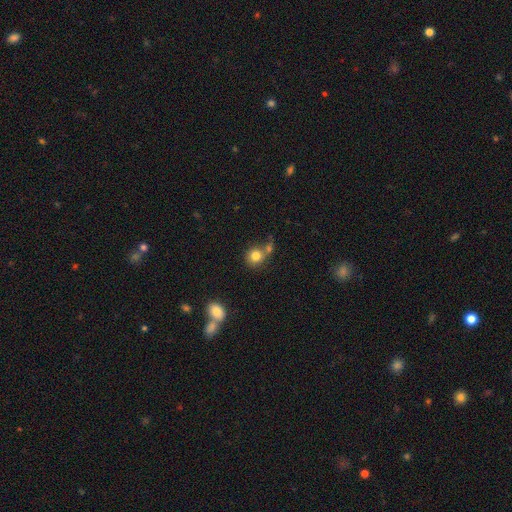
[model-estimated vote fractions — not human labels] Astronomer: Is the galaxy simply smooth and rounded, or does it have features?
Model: smooth — 81%.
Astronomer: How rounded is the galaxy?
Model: round — 85%.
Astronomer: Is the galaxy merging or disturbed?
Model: none — 53% (runner-up: merger, 31%).